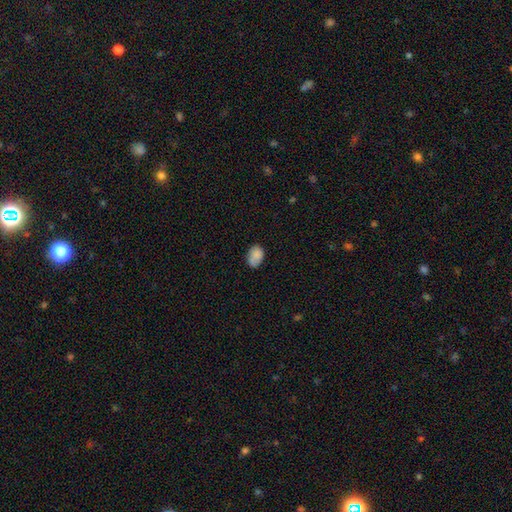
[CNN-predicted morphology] type=smooth (85%); roundness=in between (79%); merging=none (71%).